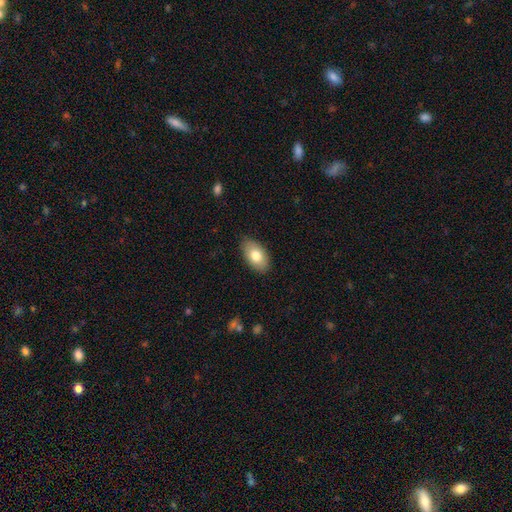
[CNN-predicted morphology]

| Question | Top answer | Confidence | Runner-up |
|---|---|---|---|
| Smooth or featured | smooth | 78% | featured or disk (16%) |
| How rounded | in between | 94% | round (5%) |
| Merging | none | 85% | minor disturbance (11%) |